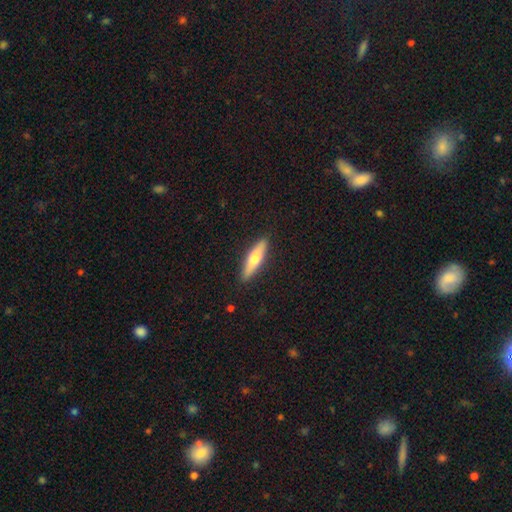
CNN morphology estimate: Smooth or featured: smooth — 61% (featured or disk — 34%)
How rounded: cigar-shaped — 73% (in between — 26%)
Merging: none — 88% (minor disturbance — 9%)